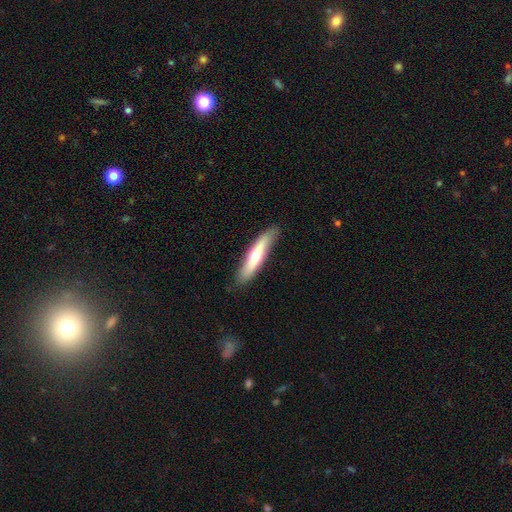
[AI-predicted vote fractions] Smooth or featured?
  - smooth: 62% *
  - featured or disk: 33%
  - star or artifact: 5%
How rounded?
  - cigar-shaped: 87% *
  - in between: 12%
  - round: 1%
Merging?
  - none: 85% *
  - minor disturbance: 12%
  - major disturbance: 2%
  - merger: 1%